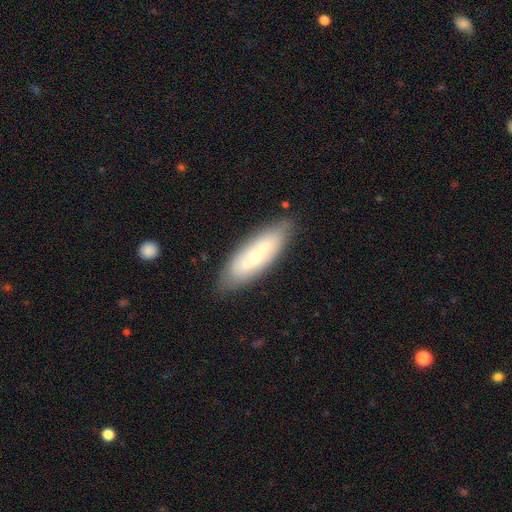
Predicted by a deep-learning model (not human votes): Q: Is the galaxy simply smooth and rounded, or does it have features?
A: smooth — 48%.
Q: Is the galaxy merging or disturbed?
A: none — 81%.